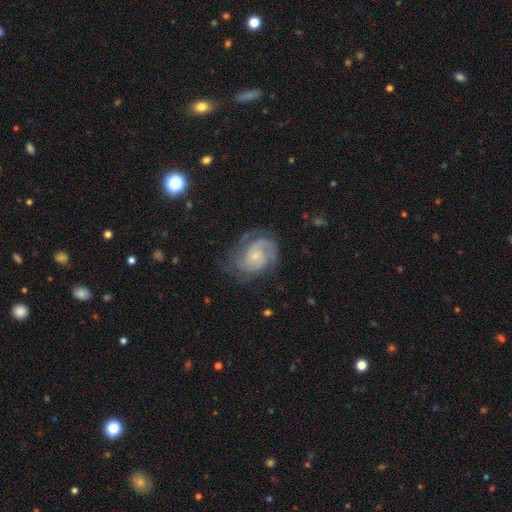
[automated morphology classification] Smooth or featured?
  - featured or disk: 84% *
  - smooth: 10%
  - star or artifact: 6%
Edge-on disk?
  - no: 98% *
  - yes: 2%
Bar?
  - no: 68% *
  - weak: 27%
  - strong: 5%
Spiral arms?
  - yes: 96% *
  - no: 4%
Spiral winding?
  - tight: 52% *
  - medium: 38%
  - loose: 10%
Spiral arm count?
  - 2: 42% *
  - can't tell: 21%
  - 3: 21%
  - 1: 7%
  - 4: 5%
  - more than 4: 4%
Bulge size?
  - small: 76% *
  - moderate: 16%
  - none: 5%
  - large: 2%
  - dominant: 1%
Merging?
  - none: 66% *
  - minor disturbance: 20%
  - major disturbance: 13%
  - merger: 1%